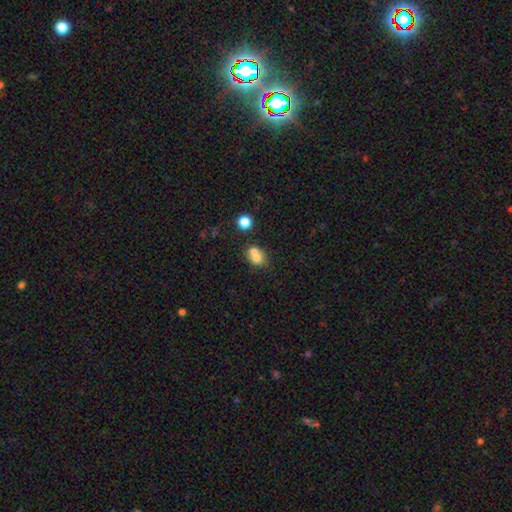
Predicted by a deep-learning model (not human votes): This is likely a smooth galaxy (72%). How rounded: likely round (60%). Merging: possibly merger (58%).